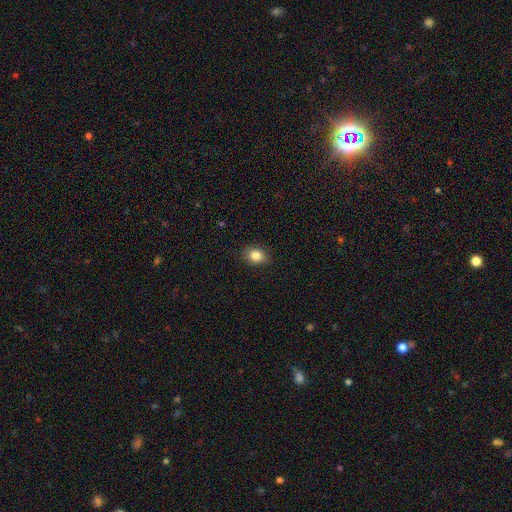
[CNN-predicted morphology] smooth 85%, star or artifact 9%, featured or disk 6%. Down the decision tree: how rounded — in between (57%); merging — none (88%).